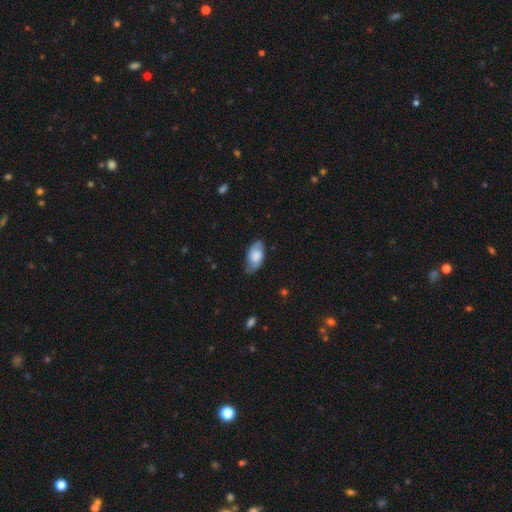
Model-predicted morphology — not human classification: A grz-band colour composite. It shows a smooth galaxy with no disk features (61%) that is in between round and cigar-shaped (93%). Merging: none (69%).